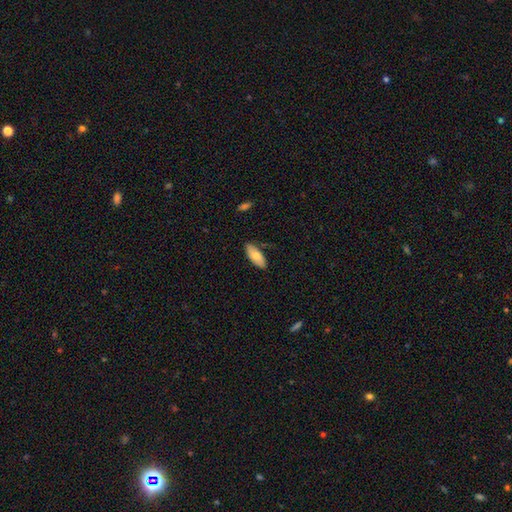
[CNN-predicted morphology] Smooth or featured? smooth (77%)
How rounded? in between (82%)
Merging? none (81%)